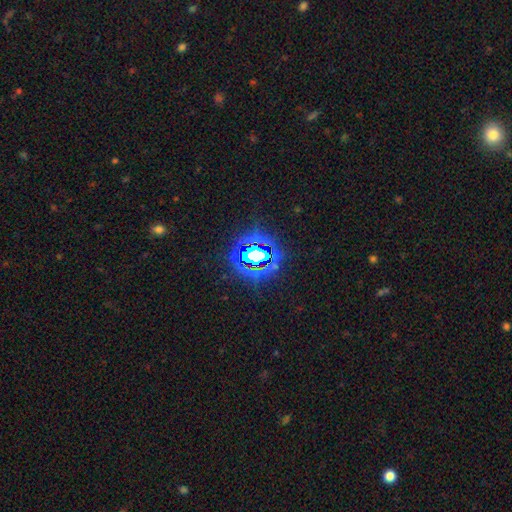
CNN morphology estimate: smooth_or_featured: star or artifact (p=0.74) [alt: smooth p=0.15]